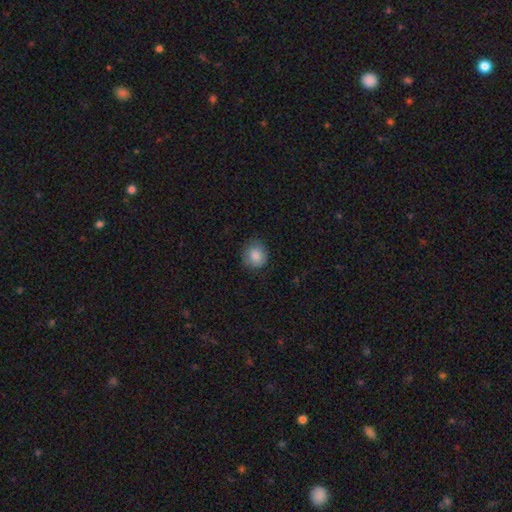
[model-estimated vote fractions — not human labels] The model was most divided on "merging": none: 79%, minor disturbance: 16%, major disturbance: 4%, merger: 1%. More confident: smooth or featured — smooth (86%); how rounded — round (83%).